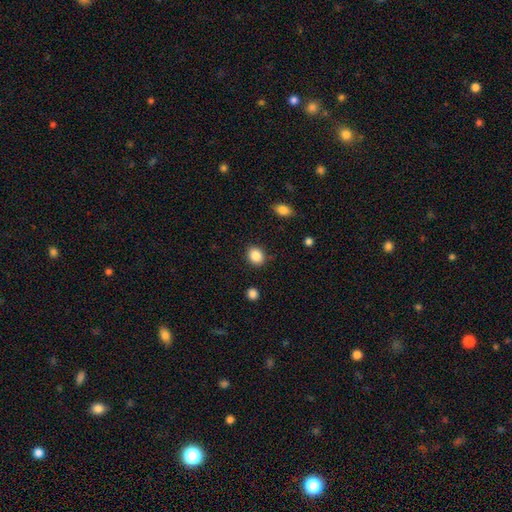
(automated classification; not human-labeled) The model was most divided on "how rounded": round: 59%, in between: 40%, cigar-shaped: 1%. More confident: merging — none (86%); smooth or featured — smooth (86%).